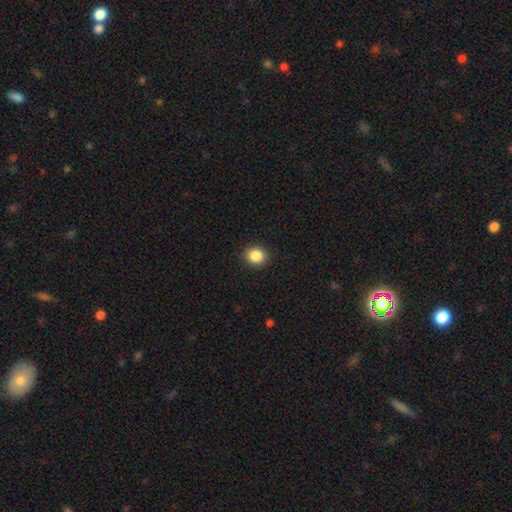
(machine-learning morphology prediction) smooth-or-featured: smooth: 87% | star or artifact: 10% | featured or disk: 4%
  how-rounded: round: 77% | in between: 22% | cigar-shaped: 1%
  merging: none: 91% | minor disturbance: 6% | major disturbance: 2% | merger: 1%